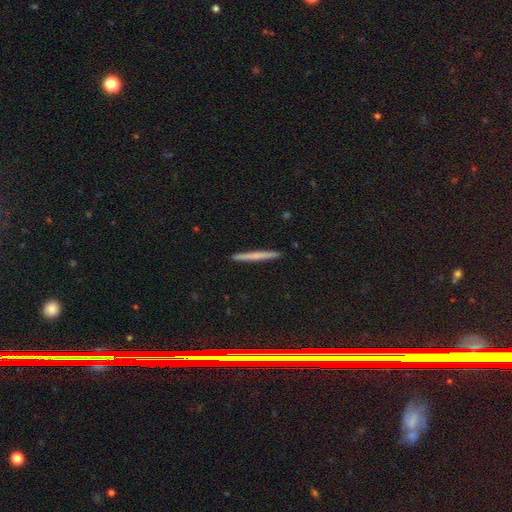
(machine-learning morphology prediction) The model was most divided on "smooth or featured": smooth: 56%, featured or disk: 34%, star or artifact: 10%. More confident: how rounded — cigar-shaped (96%); merging — none (92%).